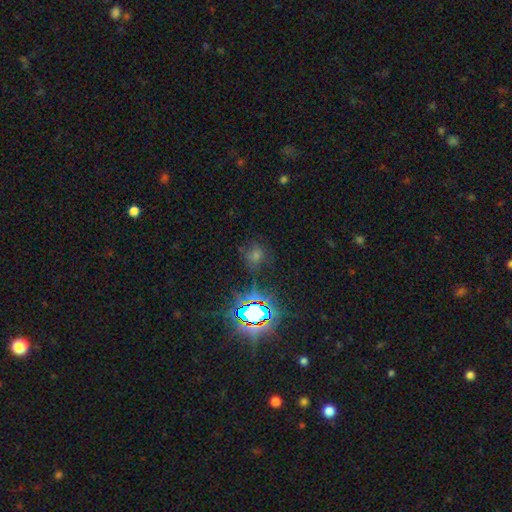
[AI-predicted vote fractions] smooth-or-featured: star or artifact: 59% | smooth: 31% | featured or disk: 11%